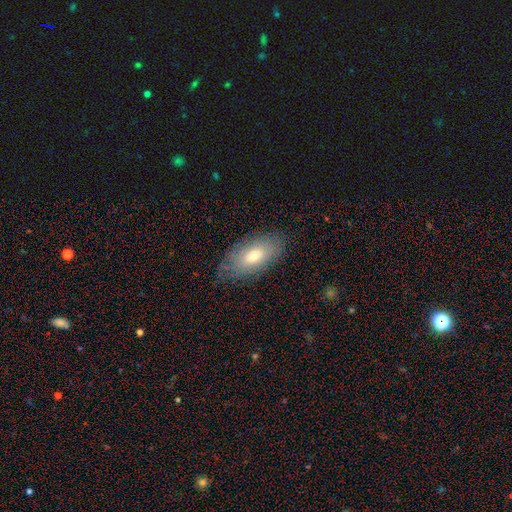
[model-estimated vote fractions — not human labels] smooth_or_featured: smooth (p=0.63) [alt: featured or disk p=0.29]
how_rounded: in between (p=0.91) [alt: cigar-shaped p=0.06]
merging: none (p=0.78) [alt: minor disturbance p=0.17]